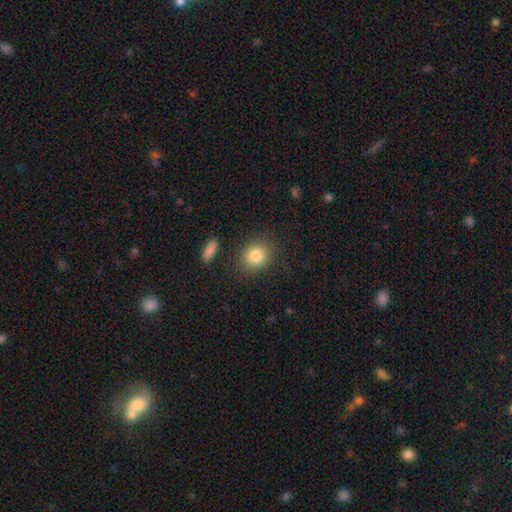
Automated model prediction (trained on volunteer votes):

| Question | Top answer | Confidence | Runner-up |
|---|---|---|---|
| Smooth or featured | smooth | 82% | star or artifact (10%) |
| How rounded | round | 65% | in between (34%) |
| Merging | none | 83% | minor disturbance (11%) |